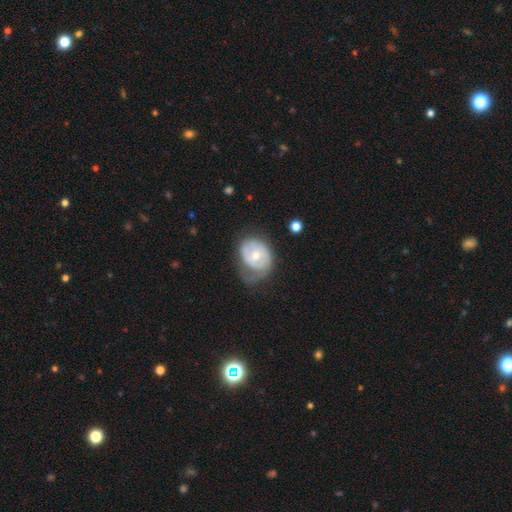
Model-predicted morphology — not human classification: type=featured or disk (64%); edge-on=no (97%); bar=no (71%); spiral arms=yes (73%); bulge=moderate (56%); merging=none (38%).